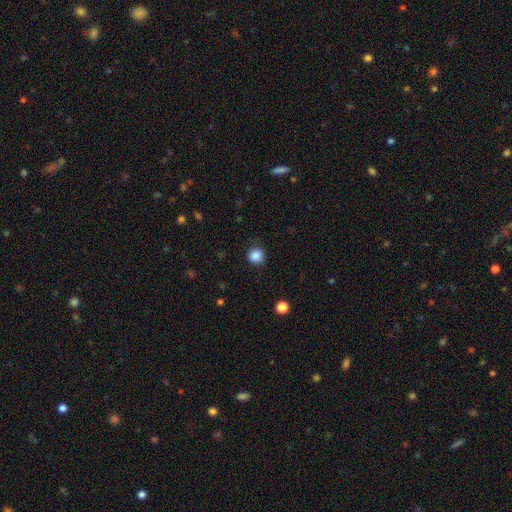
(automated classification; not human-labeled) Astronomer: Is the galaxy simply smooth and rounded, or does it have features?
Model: smooth — 86%.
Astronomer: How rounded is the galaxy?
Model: round — 92%.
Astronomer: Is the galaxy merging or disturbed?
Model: none — 84%.